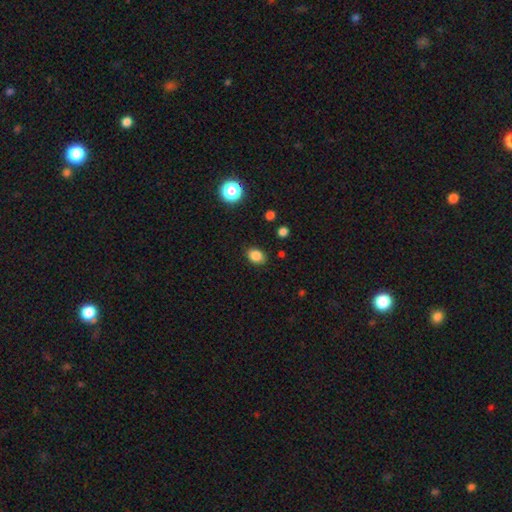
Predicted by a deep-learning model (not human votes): This is clearly a smooth galaxy (85%). How rounded: likely in between (62%). Merging: clearly none (85%).